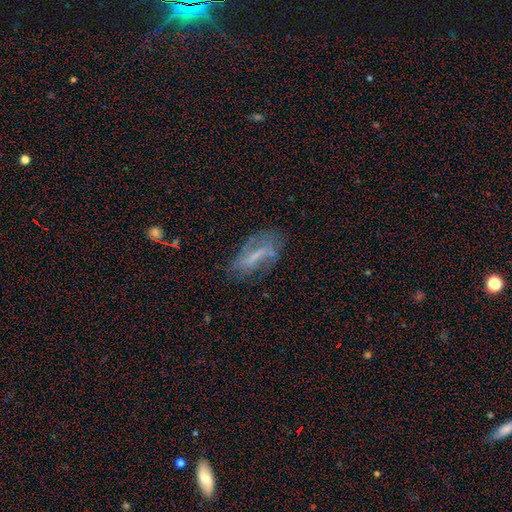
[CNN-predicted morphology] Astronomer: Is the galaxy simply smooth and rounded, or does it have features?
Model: featured or disk — 56% (runner-up: smooth, 33%).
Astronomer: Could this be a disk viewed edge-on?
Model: no — 87%.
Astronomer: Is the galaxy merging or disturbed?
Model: none — 56%.